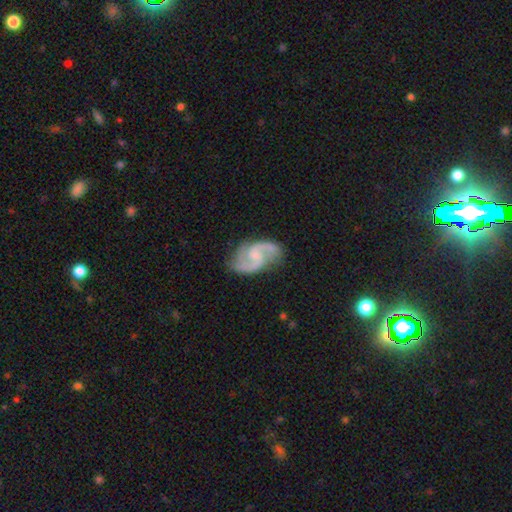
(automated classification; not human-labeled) Smooth or featured? featured or disk (91%)
Edge-on disk? no (98%)
Bar? weak (47%)
Spiral arms? yes (98%)
Spiral winding? medium (59%)
Spiral arm count? 2 (93%)
Bulge size? small (49%)
Merging? none (77%)